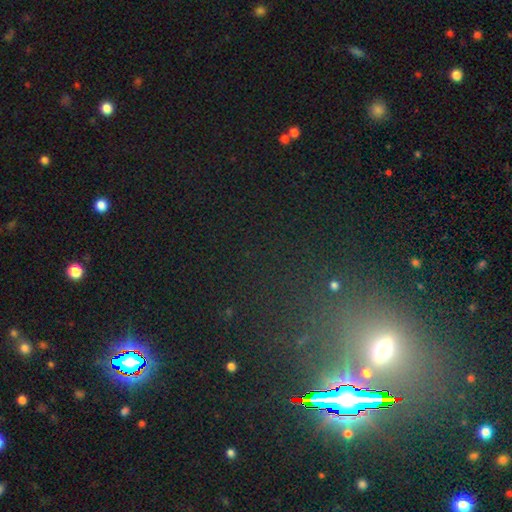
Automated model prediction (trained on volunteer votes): Smooth or featured?
  - star or artifact: 72% *
  - smooth: 18%
  - featured or disk: 10%